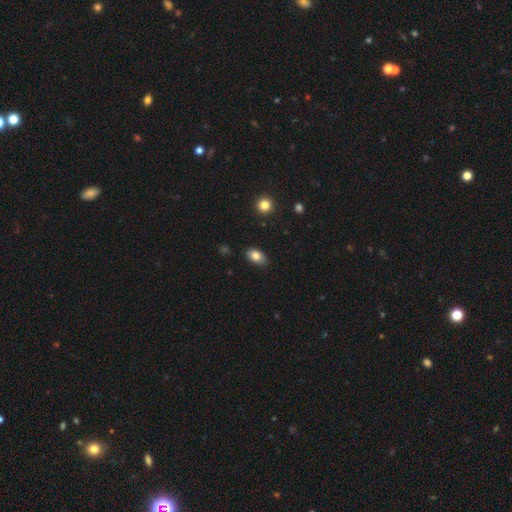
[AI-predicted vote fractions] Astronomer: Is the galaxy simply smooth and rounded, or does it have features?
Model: smooth — 82%.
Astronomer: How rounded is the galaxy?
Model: in between — 89%.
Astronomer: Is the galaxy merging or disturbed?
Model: none — 84%.